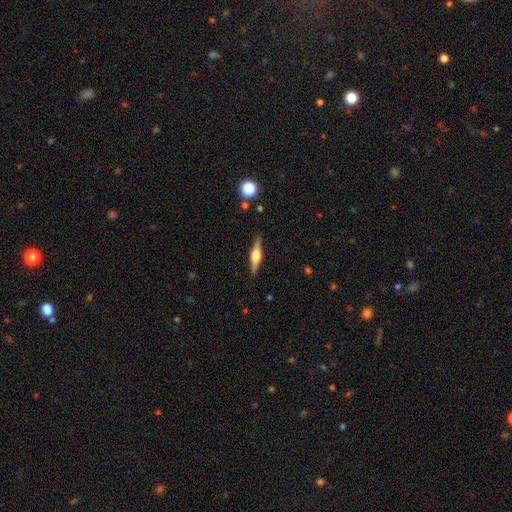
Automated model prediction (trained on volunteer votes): This is likely a featured or disk galaxy (69%). It is clearly viewed edge-on (97%). Edge-on bulge: clearly rounded (90%). Merging: clearly none (89%).